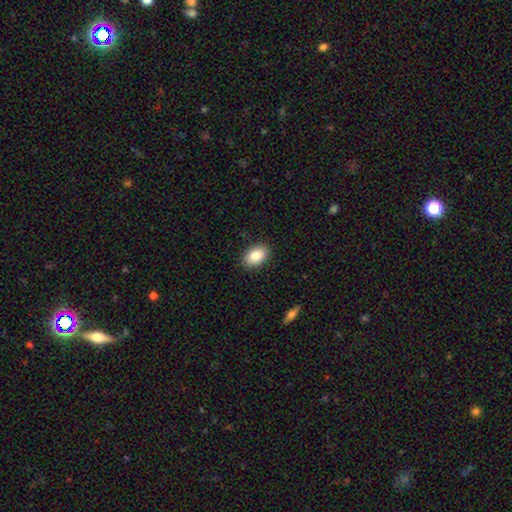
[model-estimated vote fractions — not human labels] smooth_or_featured: smooth (p=0.87) [alt: star or artifact p=0.07]
how_rounded: in between (p=0.90) [alt: round p=0.09]
merging: none (p=0.89) [alt: minor disturbance p=0.08]